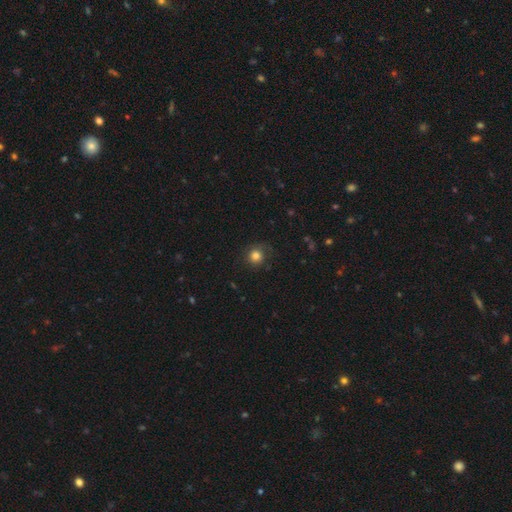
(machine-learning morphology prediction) A smooth galaxy with no disk features (82%) that is round (92%).

Vote fractions:
- Smooth or featured? smooth: 82% / star or artifact: 12% / featured or disk: 6%
- How rounded? round: 92% / in between: 7% / cigar-shaped: 1%
- Merging? none: 80% / minor disturbance: 14% / major disturbance: 5% / merger: 1%